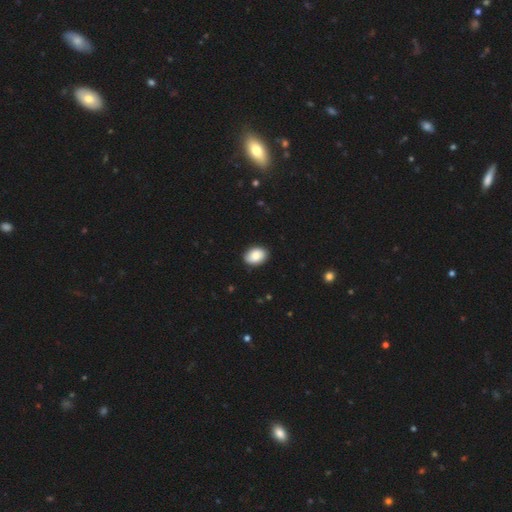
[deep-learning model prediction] smooth-or-featured: smooth: 86% | featured or disk: 7% | star or artifact: 7%
  how-rounded: in between: 79% | round: 20% | cigar-shaped: 1%
  merging: none: 88% | minor disturbance: 9% | major disturbance: 2% | merger: 1%